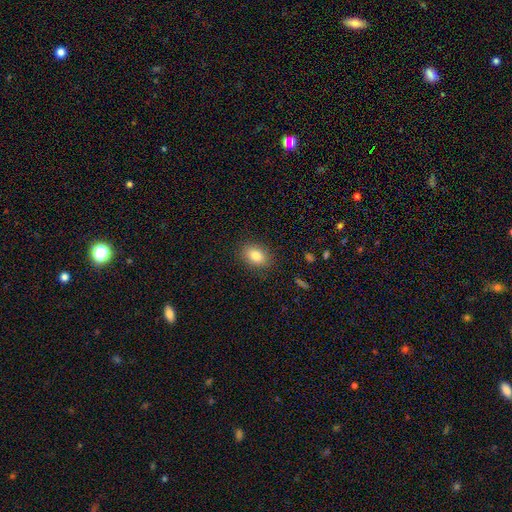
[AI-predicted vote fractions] smooth 82%, featured or disk 9%, star or artifact 9%. Down the decision tree: how rounded — in between (78%); merging — none (87%).